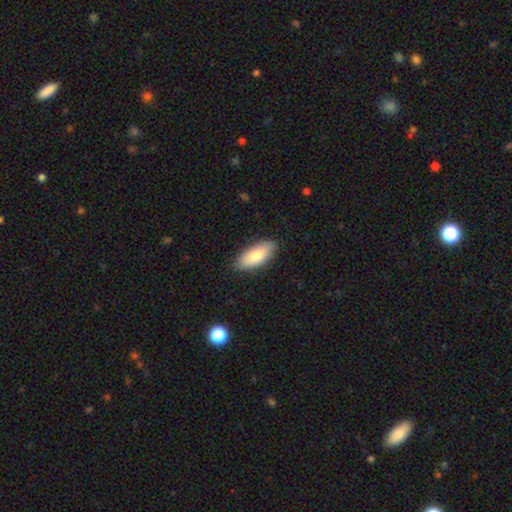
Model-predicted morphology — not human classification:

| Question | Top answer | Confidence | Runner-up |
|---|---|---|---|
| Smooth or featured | smooth | 82% | featured or disk (13%) |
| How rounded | in between | 87% | cigar-shaped (11%) |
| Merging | none | 85% | minor disturbance (11%) |